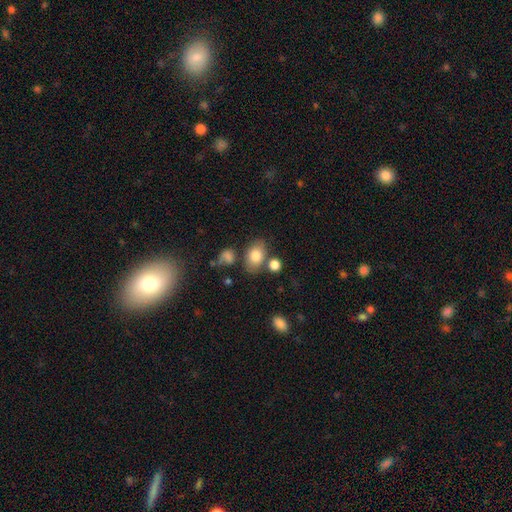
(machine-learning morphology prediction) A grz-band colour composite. It shows a smooth galaxy with no disk features (79%) that is in between round and cigar-shaped (79%). Merging: none (70%).